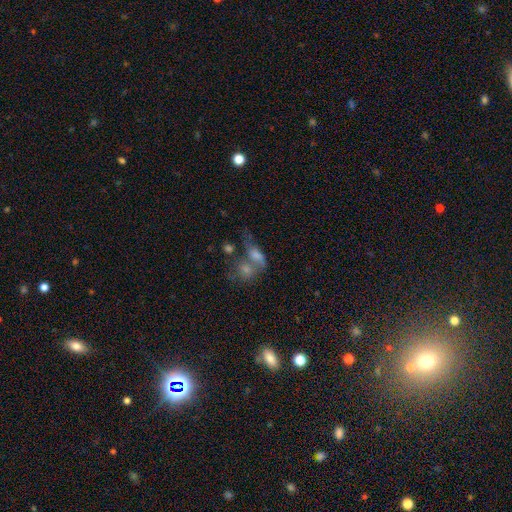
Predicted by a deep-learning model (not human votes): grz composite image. It shows a smooth galaxy with no disk features (46%). Merging: merger (52%).